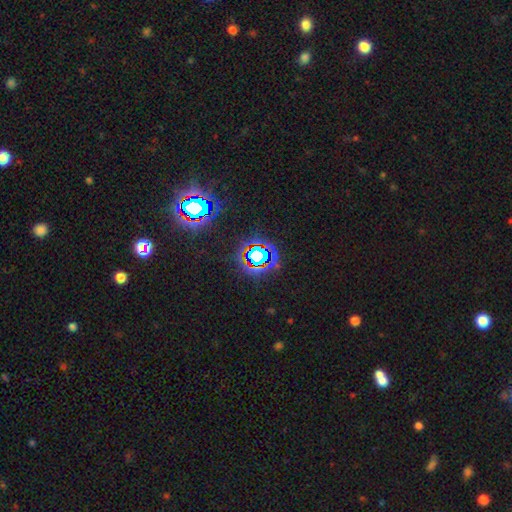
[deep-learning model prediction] Smooth or featured? Predicted: star or artifact (p=0.76).